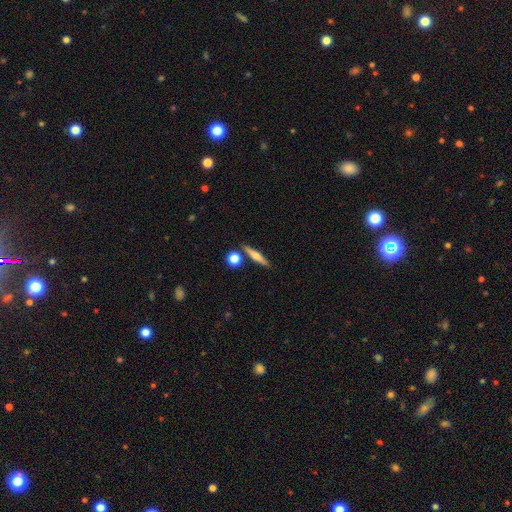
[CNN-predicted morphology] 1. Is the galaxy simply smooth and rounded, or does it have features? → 47% smooth, 46% featured or disk, 7% star or artifact.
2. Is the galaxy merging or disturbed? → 82% none, 8% minor disturbance, 8% merger, 2% major disturbance.